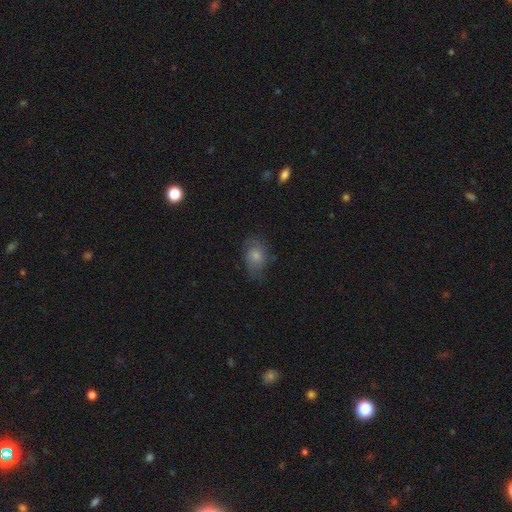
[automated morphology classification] A smooth galaxy with no disk features (66%) that is in between round and cigar-shaped (73%). Merging: none (64%).